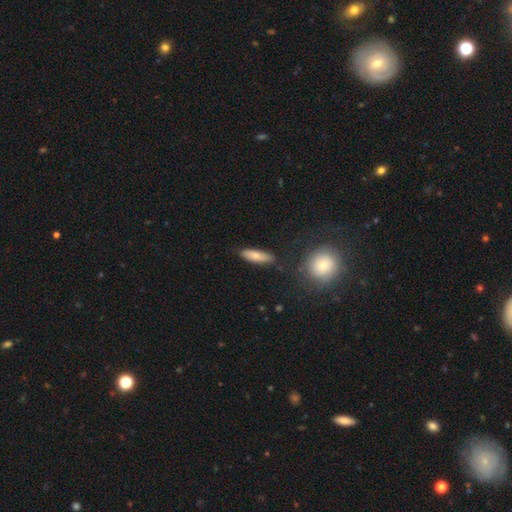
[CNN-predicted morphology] smooth_or_featured: smooth (p=0.76) [alt: featured or disk p=0.17]
how_rounded: cigar-shaped (p=0.50) [alt: in between p=0.48]
merging: none (p=0.80) [alt: minor disturbance p=0.13]